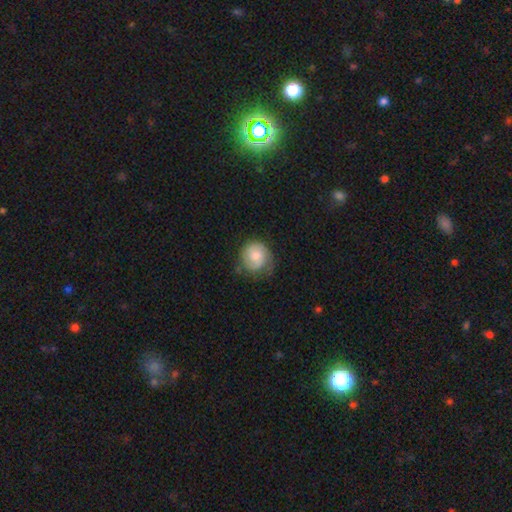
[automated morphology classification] Overall: featured or disk (48%; smooth 46%). Merging: none (59%; minor disturbance 28%).